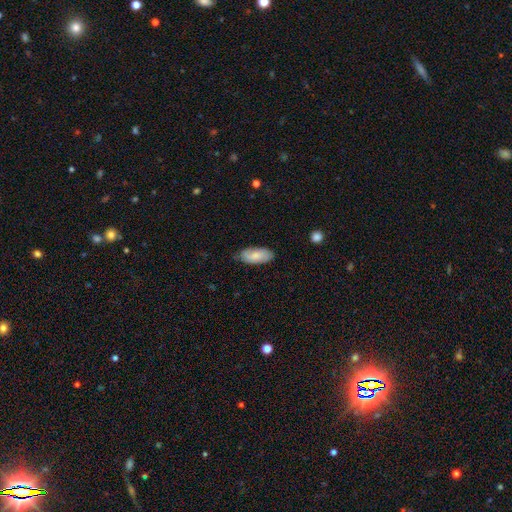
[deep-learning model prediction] A smooth galaxy with no disk features (76%) that is in between round and cigar-shaped (89%).

Vote fractions:
- Smooth or featured? smooth: 76% / featured or disk: 18% / star or artifact: 6%
- How rounded? in between: 89% / cigar-shaped: 9% / round: 2%
- Merging? none: 79% / minor disturbance: 17% / major disturbance: 3% / merger: 1%